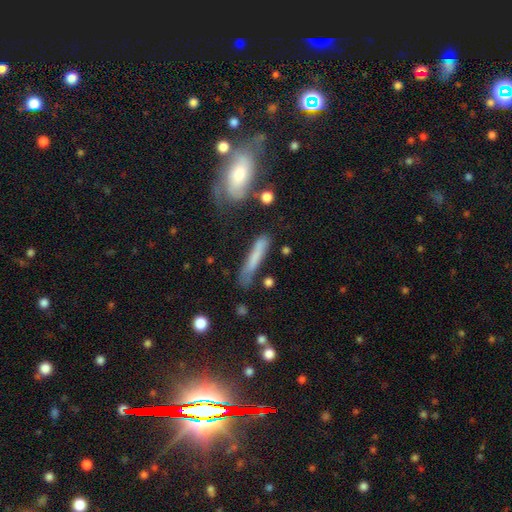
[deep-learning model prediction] Smooth or featured? Predicted: smooth (p=0.68). How rounded? Predicted: cigar-shaped (p=0.90). Merging? Predicted: none (p=0.60).